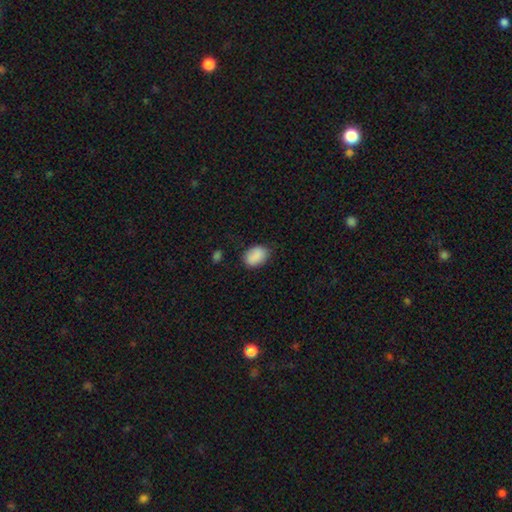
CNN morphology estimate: A smooth galaxy with no disk features (89%) that is in between round and cigar-shaped (82%). Merging: none (78%).